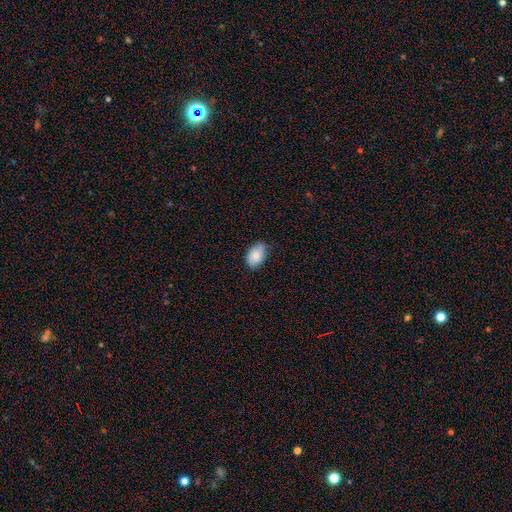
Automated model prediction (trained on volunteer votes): Smooth or featured? smooth (82%)
How rounded? in between (89%)
Merging? none (73%)